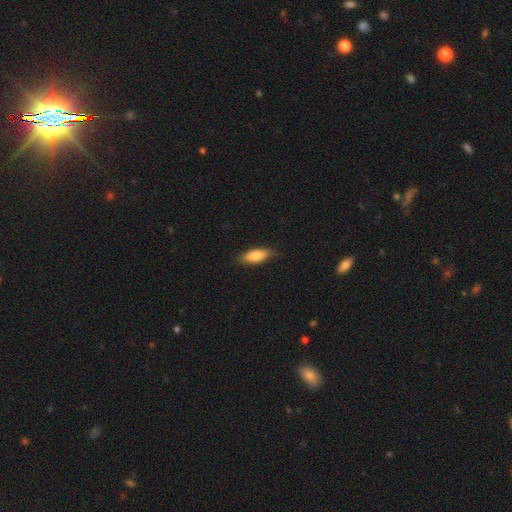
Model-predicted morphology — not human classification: Smooth or featured?
  - smooth: 83% *
  - featured or disk: 11%
  - star or artifact: 6%
How rounded?
  - in between: 75% *
  - cigar-shaped: 23%
  - round: 2%
Merging?
  - none: 83% *
  - minor disturbance: 14%
  - major disturbance: 2%
  - merger: 1%